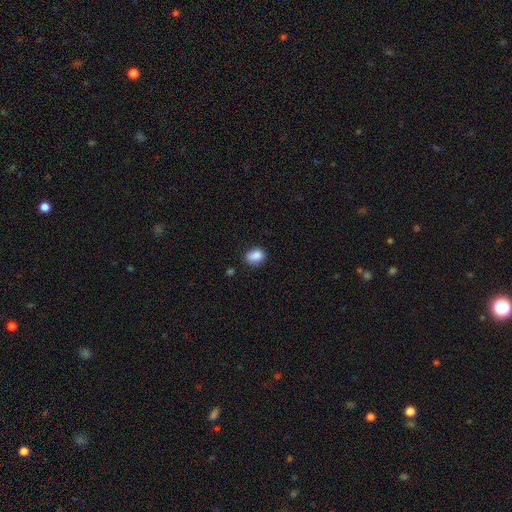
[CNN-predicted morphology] smooth 86%, star or artifact 9%, featured or disk 5%. Down the decision tree: how rounded — in between (64%); merging — none (64%).